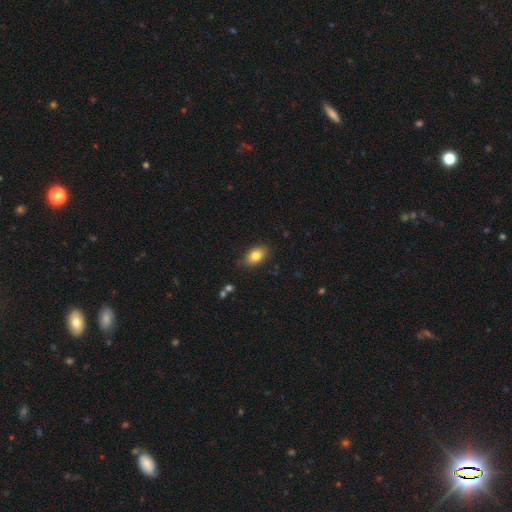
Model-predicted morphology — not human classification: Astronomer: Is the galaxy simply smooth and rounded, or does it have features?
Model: smooth — 82%.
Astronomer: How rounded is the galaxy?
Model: in between — 87%.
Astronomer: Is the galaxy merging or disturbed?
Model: none — 83%.